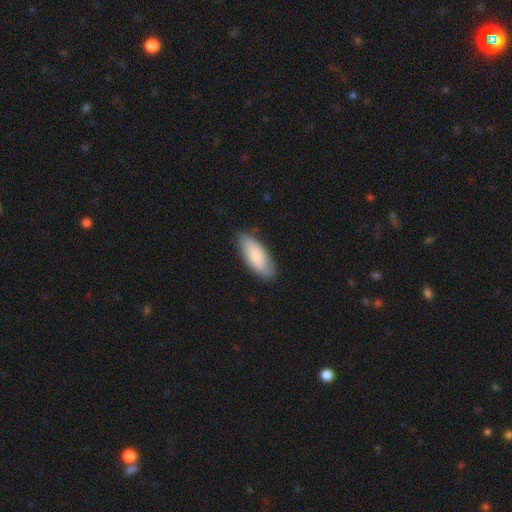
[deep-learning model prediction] Q: Smooth or featured?
A: smooth (80%); runner-up: featured or disk (14%)
Q: How rounded?
A: in between (78%); runner-up: cigar-shaped (20%)
Q: Merging?
A: none (84%); runner-up: minor disturbance (13%)